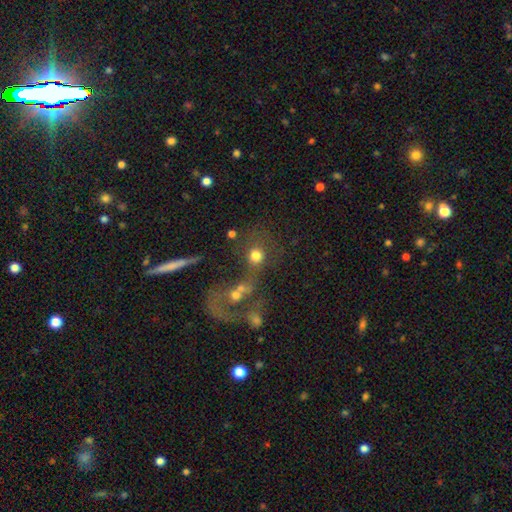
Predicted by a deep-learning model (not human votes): The model was most divided on "merging": merger: 38%, none: 36%, major disturbance: 16%, minor disturbance: 11%. More confident: how rounded — round (83%); smooth or featured — smooth (66%).